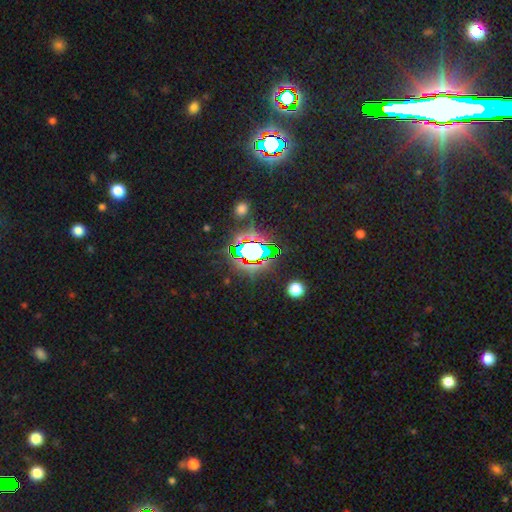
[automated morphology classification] smooth_or_featured: star or artifact (p=0.72) [alt: smooth p=0.16]